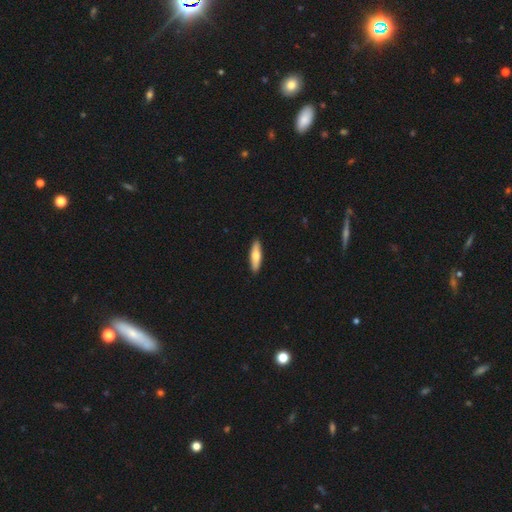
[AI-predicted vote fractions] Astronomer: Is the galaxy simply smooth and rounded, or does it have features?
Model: smooth — 67%.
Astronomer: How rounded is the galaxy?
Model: cigar-shaped — 68%.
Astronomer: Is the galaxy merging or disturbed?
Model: none — 91%.